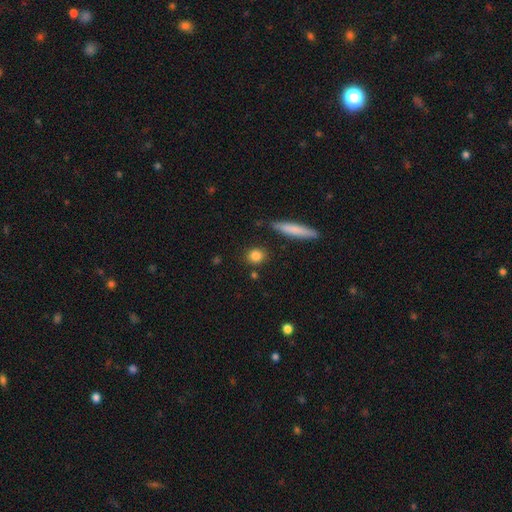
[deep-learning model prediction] Smooth or featured? Predicted: smooth (p=0.83). How rounded? Predicted: round (p=0.73). Merging? Predicted: none (p=0.85).